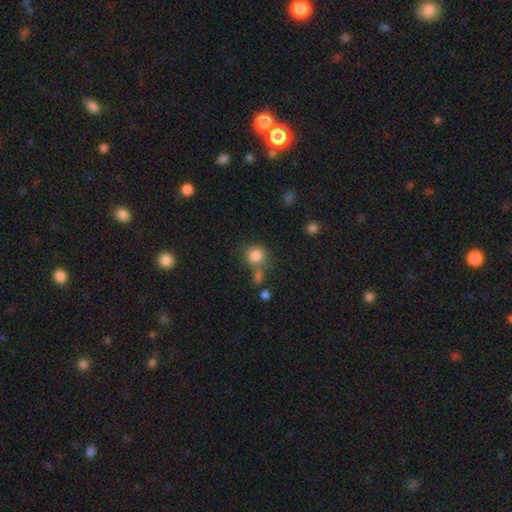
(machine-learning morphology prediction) Overall: smooth (84%). How rounded: round (85%). Merging: none (60%; merger 22%).